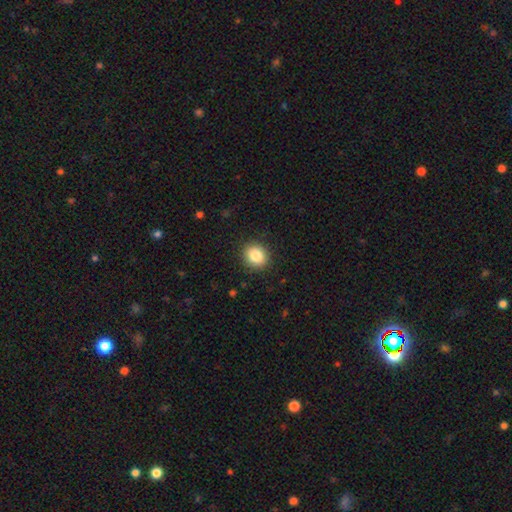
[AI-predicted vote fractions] A smooth galaxy with no disk features (85%) that is round (77%). Merging: none (90%).